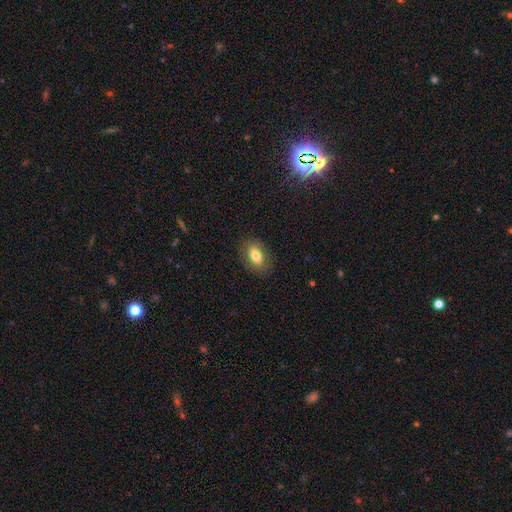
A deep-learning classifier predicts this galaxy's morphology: type=smooth (74%); roundness=in between (87%); merging=none (84%).